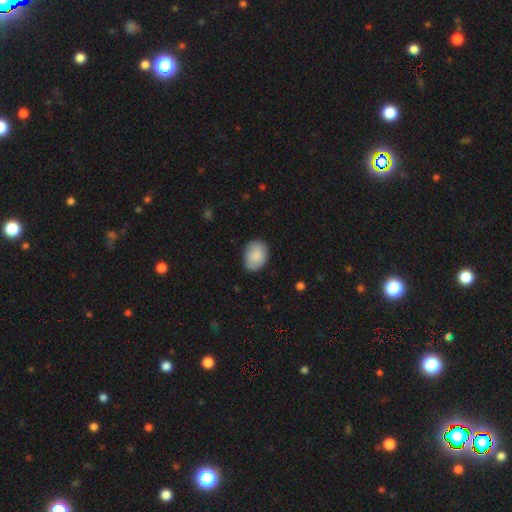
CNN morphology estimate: type=smooth (87%); roundness=in between (78%); merging=none (83%).